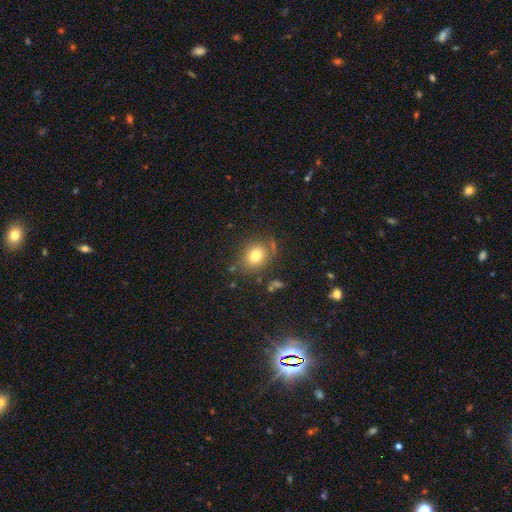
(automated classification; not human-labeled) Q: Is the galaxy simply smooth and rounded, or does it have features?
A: smooth — 76%.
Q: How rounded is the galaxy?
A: round — 59%.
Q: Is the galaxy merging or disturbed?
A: none — 76%.